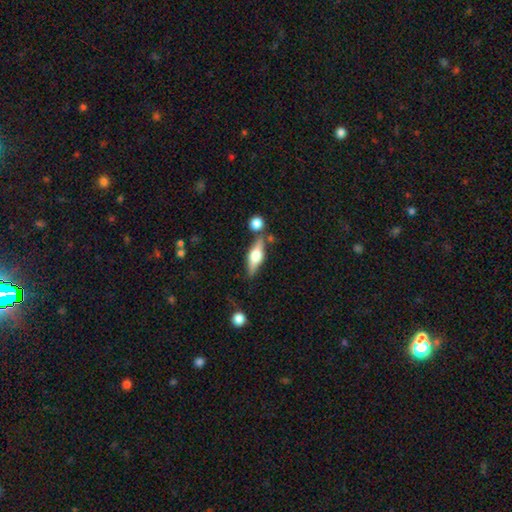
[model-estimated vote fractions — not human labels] Smooth or featured? Predicted: featured or disk (p=0.57). Edge-on disk? Predicted: yes (p=0.92). Edge-on bulge? Predicted: rounded (p=0.93). Merging? Predicted: none (p=0.73).